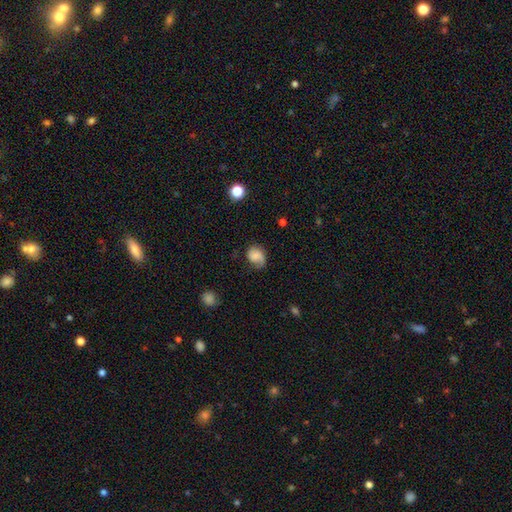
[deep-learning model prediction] Smooth or featured: smooth — 59% (featured or disk — 31%)
How rounded: round — 50% (in between — 49%)
Merging: none — 55% (minor disturbance — 28%)